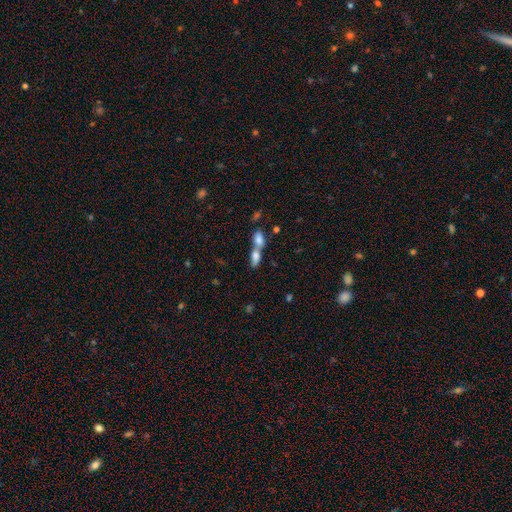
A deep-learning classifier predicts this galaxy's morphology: Smooth or featured: smooth — 73% (featured or disk — 17%)
How rounded: in between — 72% (cigar-shaped — 17%)
Merging: merger — 74% (none — 18%)